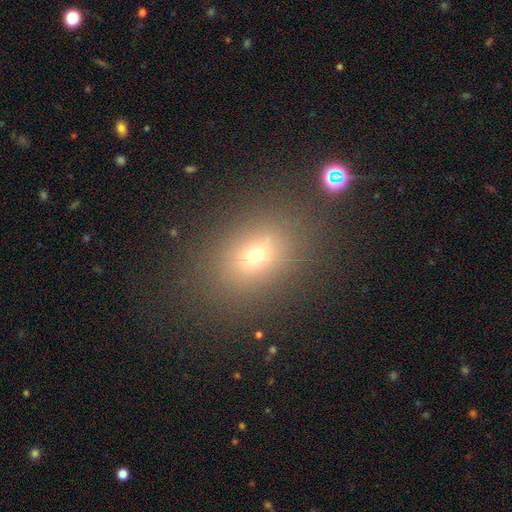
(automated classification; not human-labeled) Smooth or featured?
  - smooth: 64% *
  - star or artifact: 23%
  - featured or disk: 14%
How rounded?
  - in between: 56% *
  - round: 42%
  - cigar-shaped: 2%
Merging?
  - none: 82% *
  - minor disturbance: 10%
  - major disturbance: 5%
  - merger: 3%